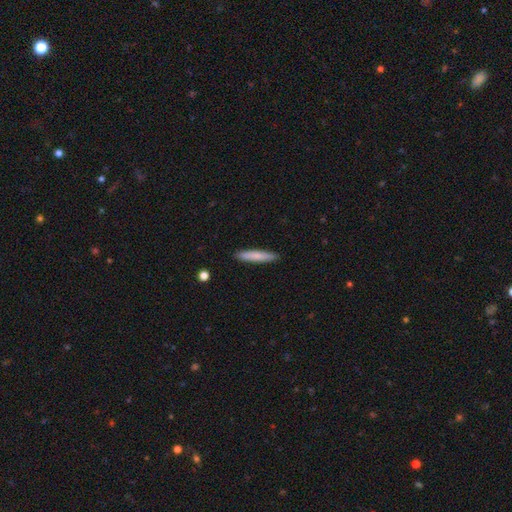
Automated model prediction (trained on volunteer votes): smooth-or-featured: smooth: 77% | featured or disk: 17% | star or artifact: 6%
  how-rounded: cigar-shaped: 91% | in between: 8% | round: 1%
  merging: none: 91% | minor disturbance: 7% | major disturbance: 1% | merger: 1%